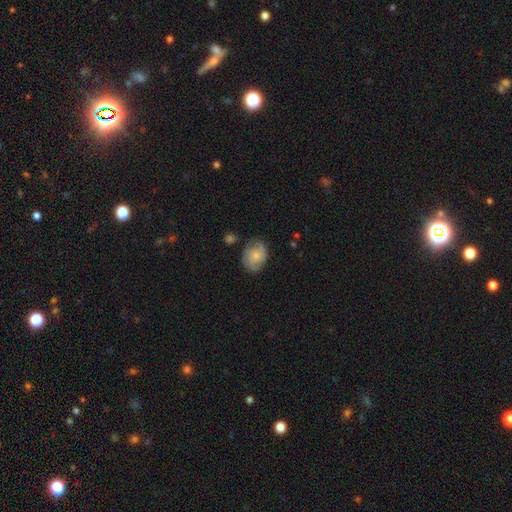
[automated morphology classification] Smooth or featured? smooth (60%)
How rounded? in between (58%)
Merging? none (65%)